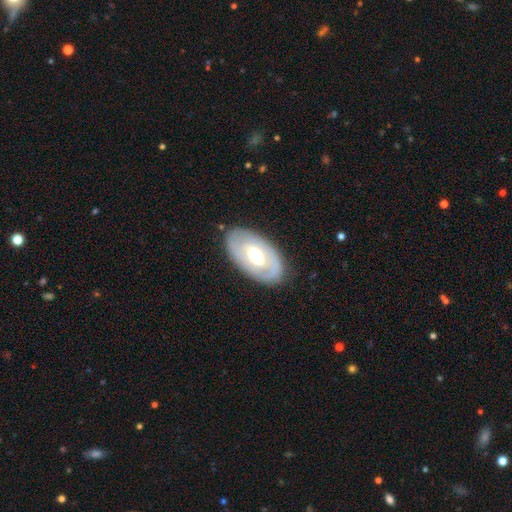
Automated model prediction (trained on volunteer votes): A featured or disk galaxy (59%) with no bar (47%), no spiral arms (64%) and a moderate central bulge (66%). Merging: none (82%).